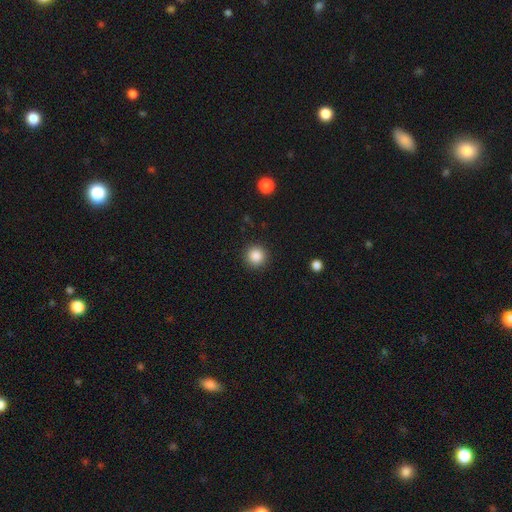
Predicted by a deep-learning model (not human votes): Q: Smooth or featured?
A: smooth (87%); runner-up: star or artifact (10%)
Q: How rounded?
A: round (95%); runner-up: in between (4%)
Q: Merging?
A: none (91%); runner-up: minor disturbance (5%)